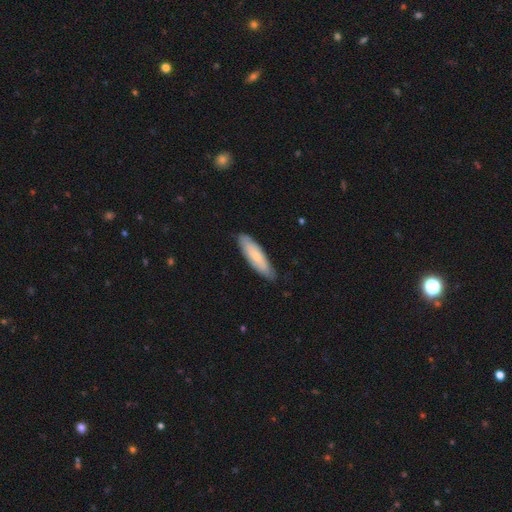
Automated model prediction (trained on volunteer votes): A smooth galaxy with no disk features (66%) that is cigar-shaped (60%). Merging: none (83%).